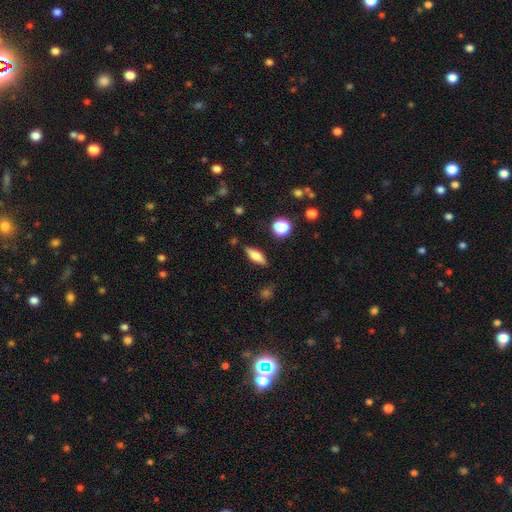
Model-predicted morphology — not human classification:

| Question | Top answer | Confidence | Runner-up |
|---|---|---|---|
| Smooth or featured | smooth | 63% | featured or disk (29%) |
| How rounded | in between | 56% | cigar-shaped (39%) |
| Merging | none | 83% | minor disturbance (12%) |